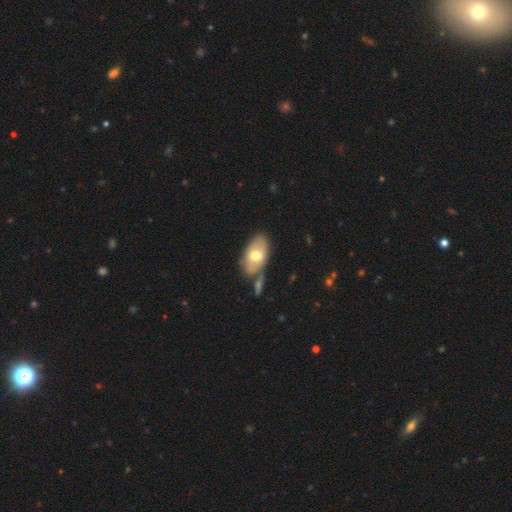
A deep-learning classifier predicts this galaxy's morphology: This appears to be a smooth galaxy with no disk features (61%) that is in between round and cigar-shaped (93%). Merging: none (63%).